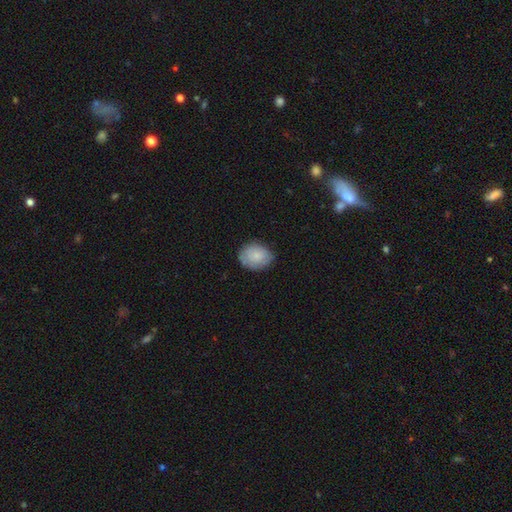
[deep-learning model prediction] This appears to be a smooth galaxy with no disk features (76%) that is in between round and cigar-shaped (55%). Merging: none (74%).